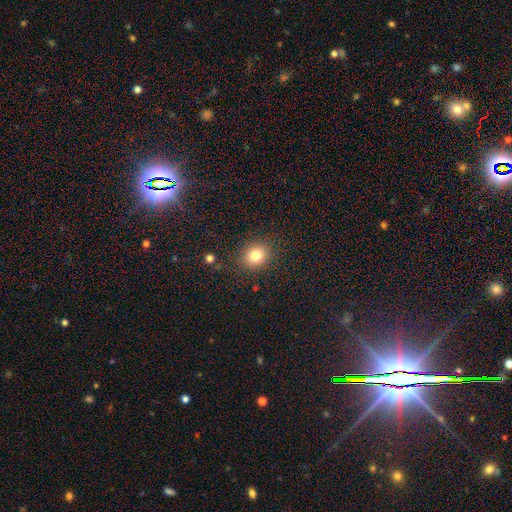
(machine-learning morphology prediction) smooth 81%, star or artifact 12%, featured or disk 7%. Down the decision tree: how rounded — round (66%); merging — none (87%).